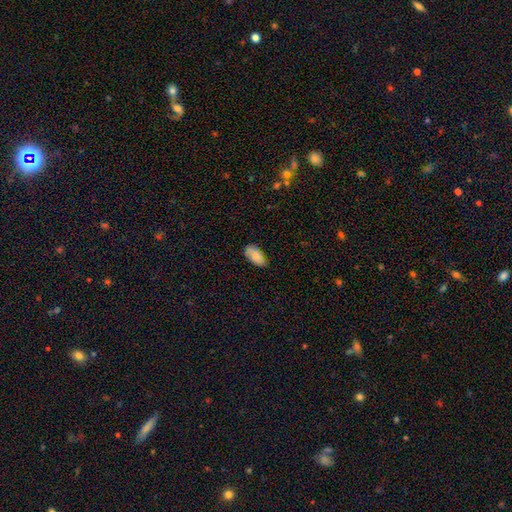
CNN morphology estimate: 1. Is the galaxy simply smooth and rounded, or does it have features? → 82% smooth, 11% featured or disk, 7% star or artifact.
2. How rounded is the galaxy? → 94% in between, 4% cigar-shaped, 3% round.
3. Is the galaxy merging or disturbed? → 75% none, 20% minor disturbance, 3% major disturbance, 1% merger.